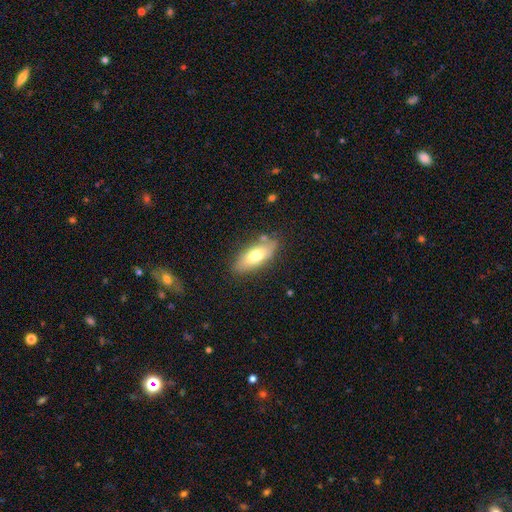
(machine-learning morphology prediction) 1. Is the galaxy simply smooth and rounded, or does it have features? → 70% smooth, 23% featured or disk, 7% star or artifact.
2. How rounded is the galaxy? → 76% in between, 22% cigar-shaped, 2% round.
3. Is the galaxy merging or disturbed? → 79% none, 14% minor disturbance, 3% merger, 3% major disturbance.